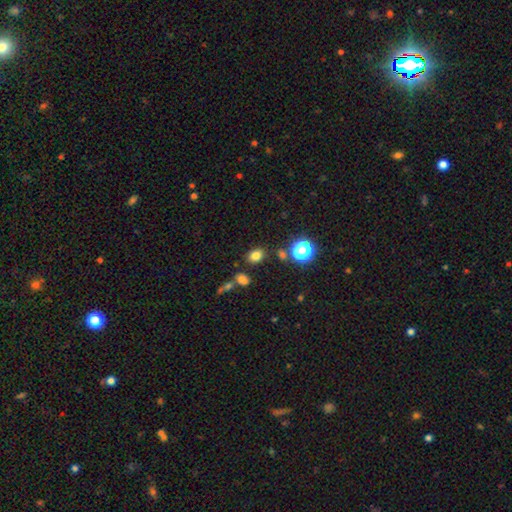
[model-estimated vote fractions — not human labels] smooth 79%, star or artifact 15%, featured or disk 6%. Down the decision tree: how rounded — in between (62%); merging — none (82%).